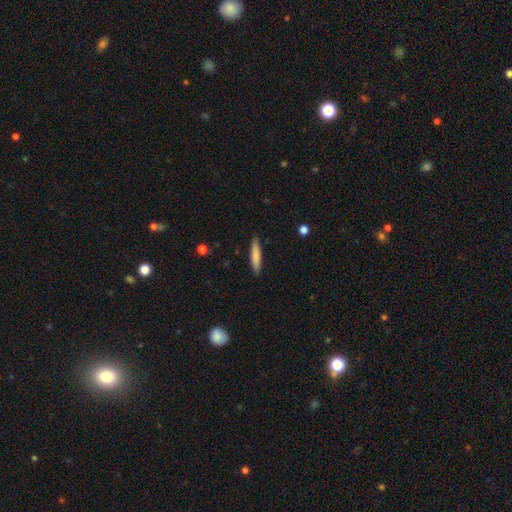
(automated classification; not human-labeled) This is likely a smooth galaxy (79%). How rounded: clearly cigar-shaped (89%). Merging: clearly none (88%).